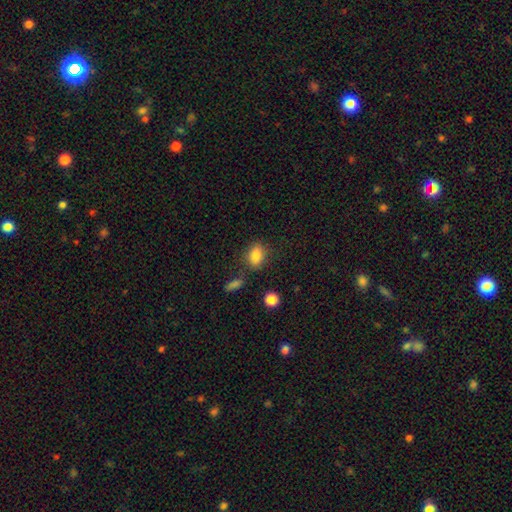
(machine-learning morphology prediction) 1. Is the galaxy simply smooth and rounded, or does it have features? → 84% smooth, 9% star or artifact, 6% featured or disk.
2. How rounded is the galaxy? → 76% in between, 22% round, 2% cigar-shaped.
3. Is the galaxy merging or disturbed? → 75% none, 14% minor disturbance, 6% merger, 5% major disturbance.